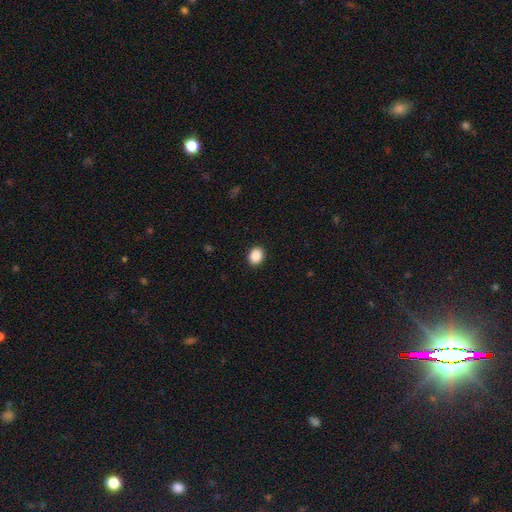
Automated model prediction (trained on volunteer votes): A smooth galaxy with no disk features (88%) that is round (59%).

Vote fractions:
- Smooth or featured? smooth: 88% / star or artifact: 9% / featured or disk: 3%
- How rounded? round: 59% / in between: 40% / cigar-shaped: 1%
- Merging? none: 92% / minor disturbance: 6% / major disturbance: 2% / merger: 1%